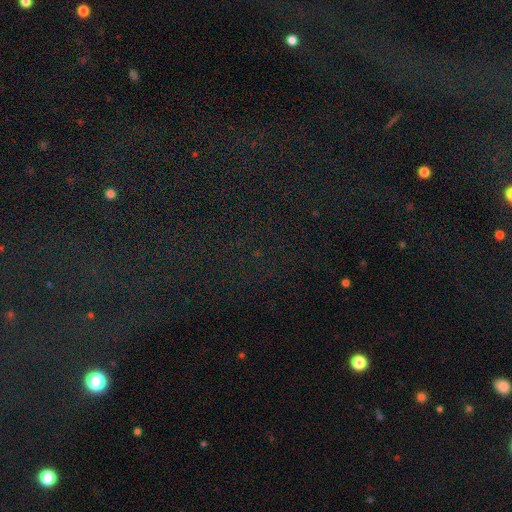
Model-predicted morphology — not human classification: Smooth or featured: star or artifact — 79% (smooth — 12%)